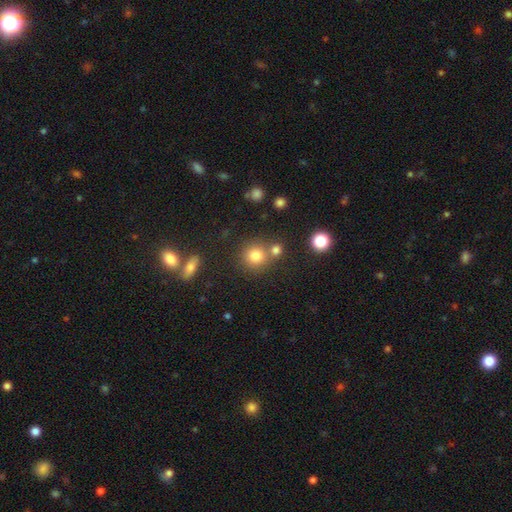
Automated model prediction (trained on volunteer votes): A smooth galaxy with no disk features (79%) that is round (90%). Merging: none (67%).